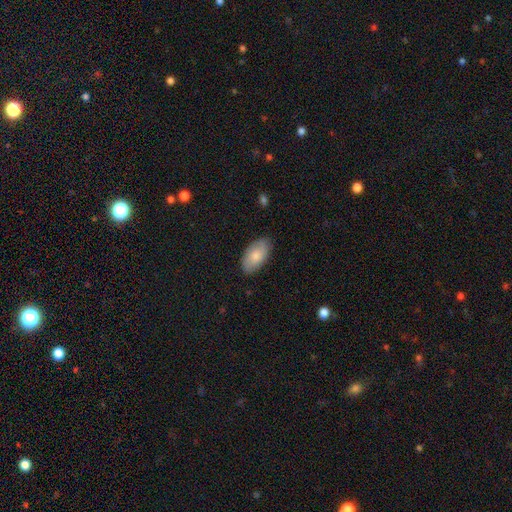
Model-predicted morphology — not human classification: smooth-or-featured: smooth: 79% | featured or disk: 15% | star or artifact: 6%
  how-rounded: in between: 95% | round: 3% | cigar-shaped: 2%
  merging: none: 84% | minor disturbance: 13% | major disturbance: 2% | merger: 1%